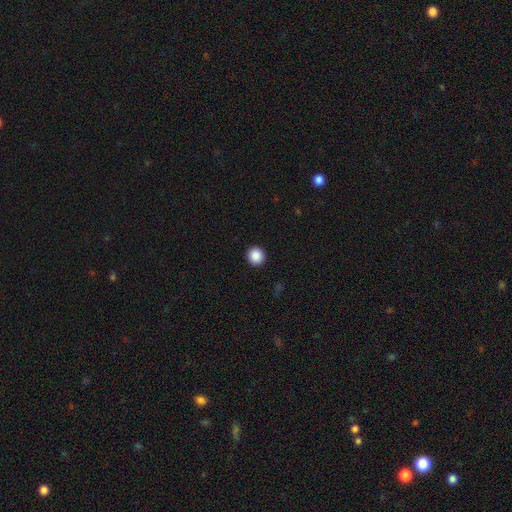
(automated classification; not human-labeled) smooth 88%, star or artifact 9%, featured or disk 3%. Down the decision tree: how rounded — round (95%); merging — none (94%).